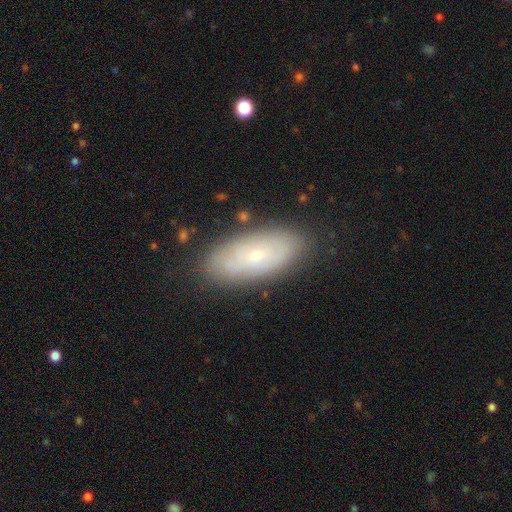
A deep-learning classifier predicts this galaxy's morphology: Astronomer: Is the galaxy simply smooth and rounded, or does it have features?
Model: smooth — 48% (runner-up: featured or disk, 44%).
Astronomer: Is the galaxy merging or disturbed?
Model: none — 82%.